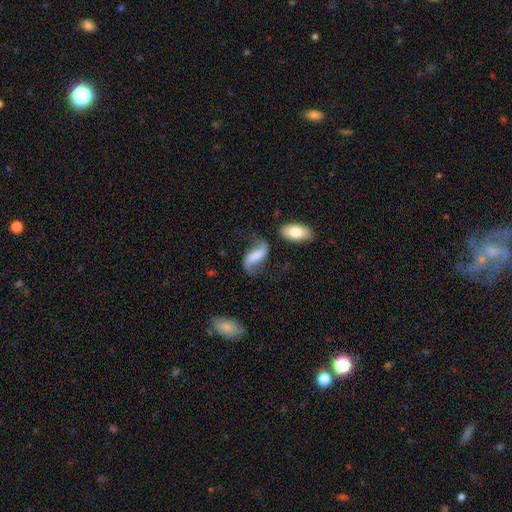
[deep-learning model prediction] Q: Smooth or featured?
A: featured or disk (71%); runner-up: smooth (22%)
Q: Edge-on disk?
A: no (94%); runner-up: yes (6%)
Q: Bar?
A: weak (37%); runner-up: strong (35%)
Q: Spiral arms?
A: yes (92%); runner-up: no (8%)
Q: Spiral winding?
A: loose (86%); runner-up: medium (11%)
Q: Spiral arm count?
A: 2 (92%); runner-up: 1 (3%)
Q: Bulge size?
A: none (43%); runner-up: small (22%)
Q: Merging?
A: none (61%); runner-up: minor disturbance (20%)